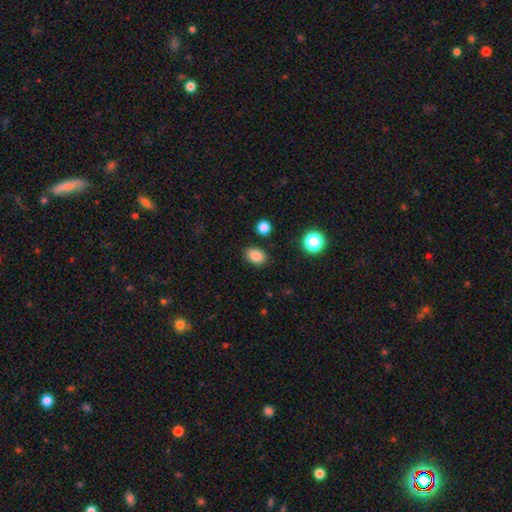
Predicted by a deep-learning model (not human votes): Smooth or featured: smooth — 85% (star or artifact — 11%)
How rounded: in between — 70% (round — 29%)
Merging: none — 86% (minor disturbance — 9%)